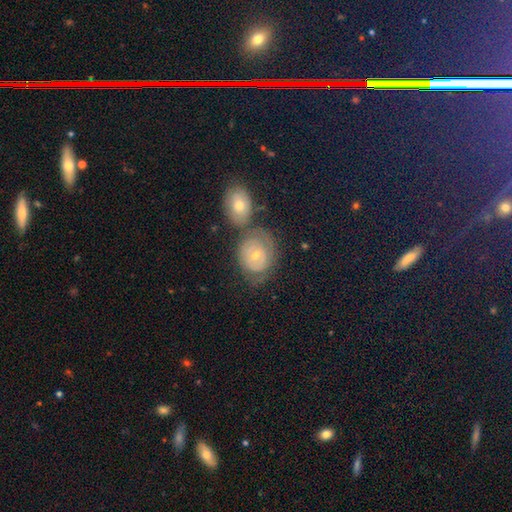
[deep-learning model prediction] Smooth or featured?
  - featured or disk: 54% *
  - smooth: 38%
  - star or artifact: 7%
Edge-on disk?
  - no: 95% *
  - yes: 5%
Bar?
  - no: 75% *
  - weak: 20%
  - strong: 5%
Spiral arms?
  - yes: 58% *
  - no: 42%
Bulge size?
  - moderate: 52% *
  - small: 43%
  - large: 2%
  - none: 1%
  - dominant: 1%
Merging?
  - none: 48% *
  - merger: 25%
  - minor disturbance: 18%
  - major disturbance: 9%